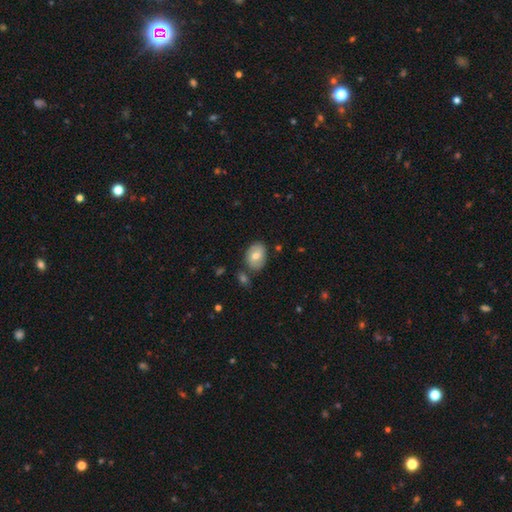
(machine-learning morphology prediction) smooth 70%, featured or disk 23%, star or artifact 7%. Down the decision tree: how rounded — in between (75%); merging — none (73%).